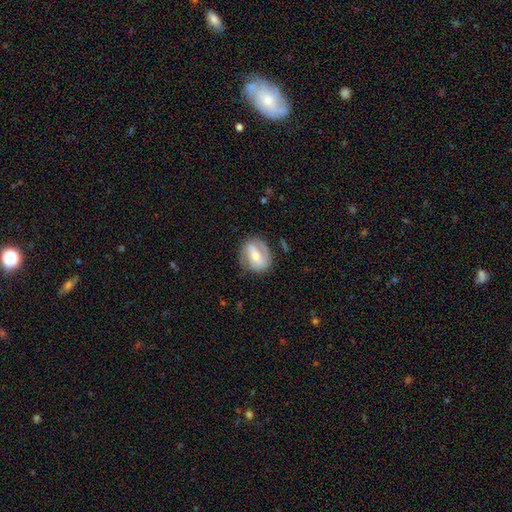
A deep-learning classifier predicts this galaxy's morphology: Smooth or featured: featured or disk — 62% (smooth — 32%)
Edge-on disk: no — 96% (yes — 4%)
Bar: strong — 37% (weak — 35%)
Spiral arms: yes — 73% (no — 27%)
Bulge size: moderate — 55% (small — 39%)
Merging: none — 74% (minor disturbance — 17%)